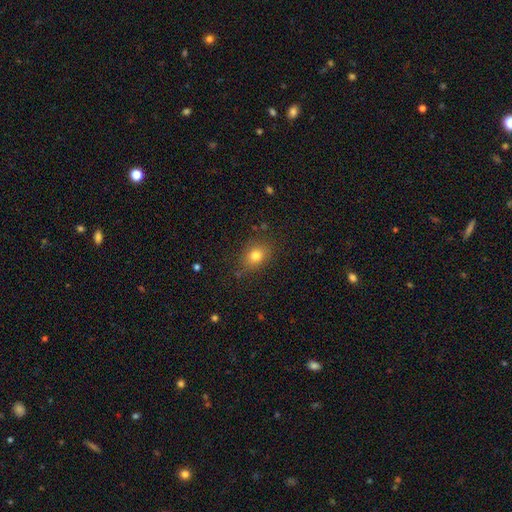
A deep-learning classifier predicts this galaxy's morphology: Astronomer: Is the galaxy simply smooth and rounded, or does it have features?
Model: smooth — 78%.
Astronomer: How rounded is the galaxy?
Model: in between — 53% (runner-up: round, 46%).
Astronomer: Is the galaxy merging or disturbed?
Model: none — 80%.